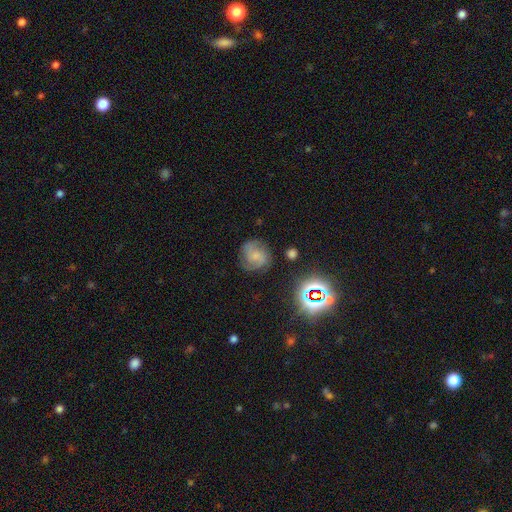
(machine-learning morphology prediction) smooth-or-featured: featured or disk: 60% | smooth: 28% | star or artifact: 12%
  disk-edge-on: no: 98% | yes: 2%
    bar: no: 54% | weak: 38% | strong: 8%
    has-spiral-arms: yes: 92% | no: 8%
      spiral-winding: medium: 50% | tight: 30% | loose: 20%
      spiral-arm-count: 2: 71% | can't tell: 12% | 3: 10% | 1: 3% | 4: 2% | more than 4: 2%
    bulge-size: small: 48% | moderate: 25% | none: 22% | large: 4% | dominant: 1%
  merging: none: 76% | minor disturbance: 16% | major disturbance: 7% | merger: 2%